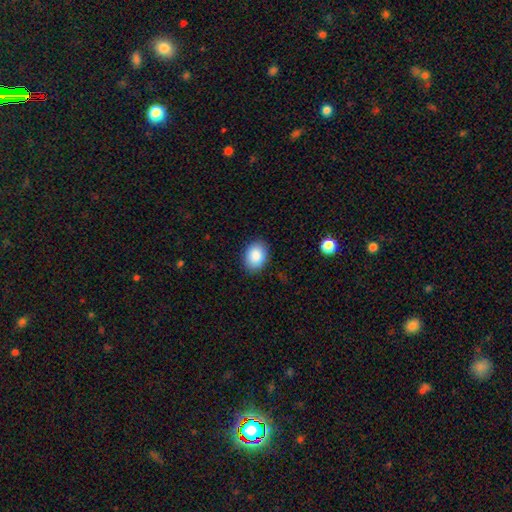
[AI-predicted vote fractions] A smooth galaxy with no disk features (88%) that is in between round and cigar-shaped (76%). Merging: none (88%).